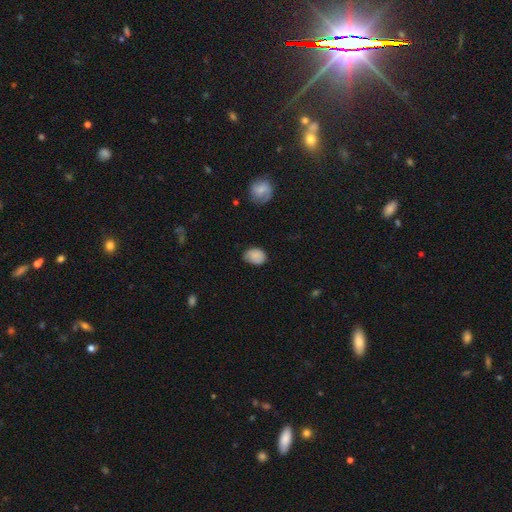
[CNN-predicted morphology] The model was most divided on "merging": none: 59%, minor disturbance: 33%, major disturbance: 7%, merger: 2%. More confident: smooth or featured — smooth (80%); how rounded — in between (68%).